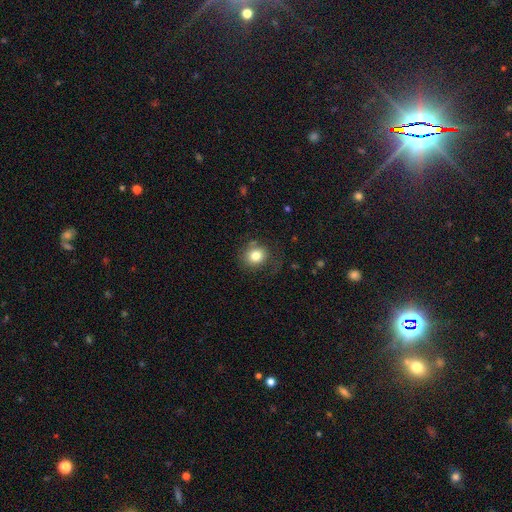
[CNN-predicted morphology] smooth-or-featured: smooth: 80% | star or artifact: 10% | featured or disk: 10%
  how-rounded: round: 77% | in between: 22% | cigar-shaped: 1%
  merging: none: 72% | minor disturbance: 18% | major disturbance: 8% | merger: 2%